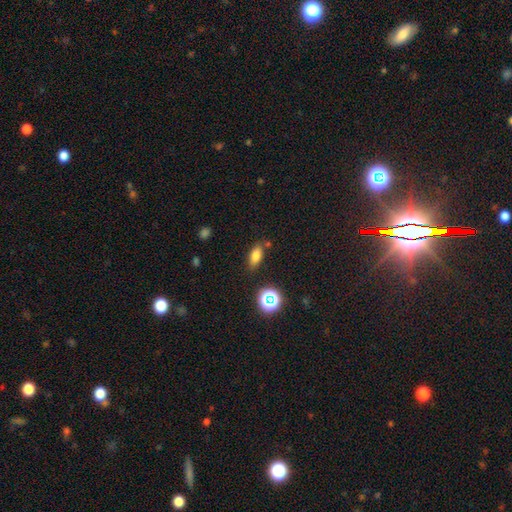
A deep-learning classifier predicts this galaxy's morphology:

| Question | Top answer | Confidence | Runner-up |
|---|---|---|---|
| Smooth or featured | smooth | 77% | star or artifact (14%) |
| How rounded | in between | 80% | cigar-shaped (12%) |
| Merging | none | 79% | minor disturbance (13%) |